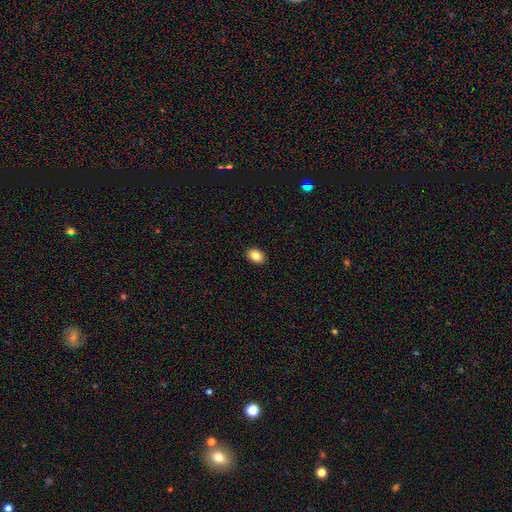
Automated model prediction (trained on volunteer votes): smooth-or-featured: smooth: 86% | star or artifact: 8% | featured or disk: 6%
  how-rounded: in between: 80% | round: 19% | cigar-shaped: 1%
  merging: none: 90% | minor disturbance: 7% | major disturbance: 2% | merger: 1%